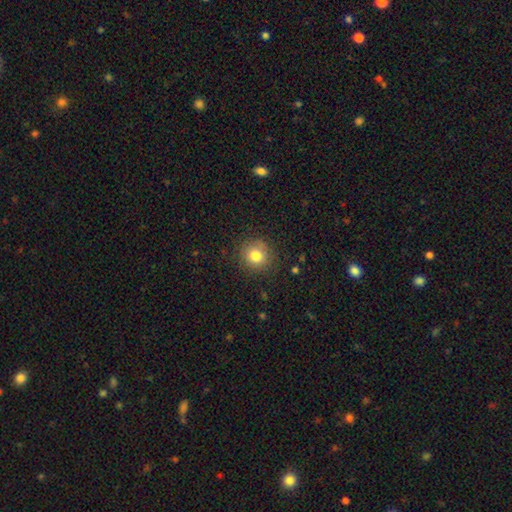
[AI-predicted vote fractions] The model was most divided on "smooth or featured": smooth: 81%, star or artifact: 11%, featured or disk: 8%. More confident: how rounded — round (87%); merging — none (84%).